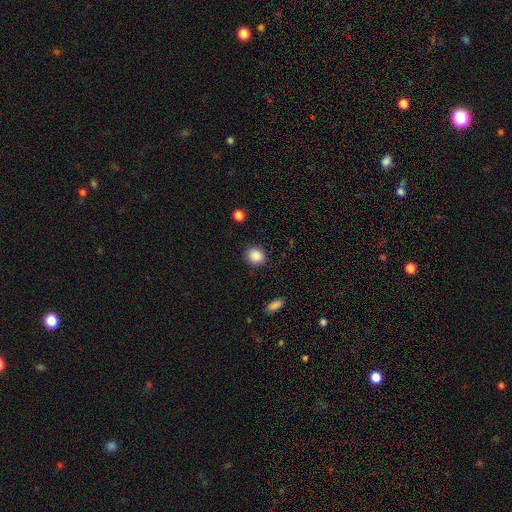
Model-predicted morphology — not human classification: This is clearly a smooth galaxy (88%). How rounded: clearly round (83%). Merging: clearly none (88%).